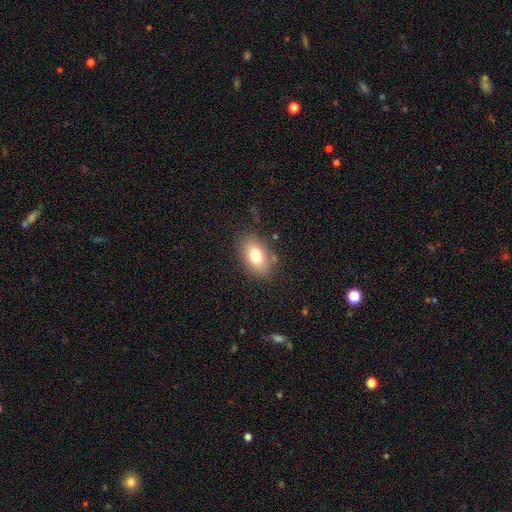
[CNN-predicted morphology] Smooth or featured: smooth — 76% (featured or disk — 15%)
How rounded: in between — 85% (round — 13%)
Merging: none — 78% (minor disturbance — 15%)